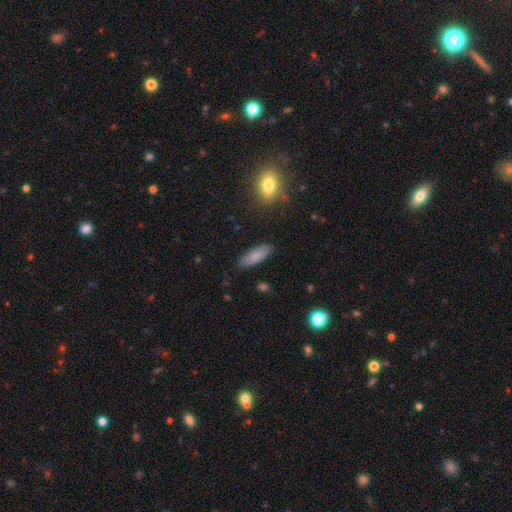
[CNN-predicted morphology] type=smooth (82%); roundness=in between (63%); merging=none (86%).